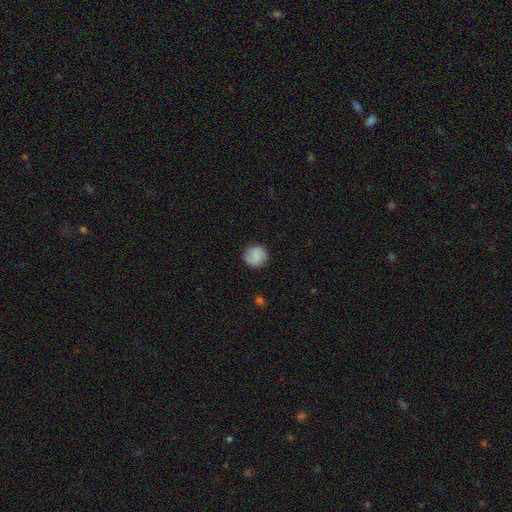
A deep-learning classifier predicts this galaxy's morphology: smooth 78%, featured or disk 14%, star or artifact 8%. Down the decision tree: how rounded — round (90%); merging — none (86%).